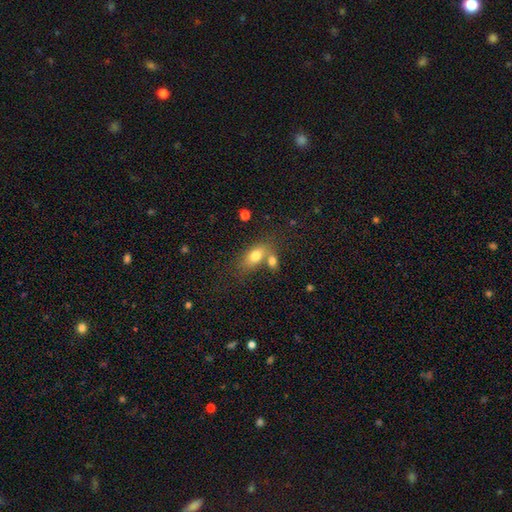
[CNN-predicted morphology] Smooth or featured: smooth — 76% (featured or disk — 15%)
How rounded: in between — 84% (round — 10%)
Merging: none — 47% (merger — 35%)